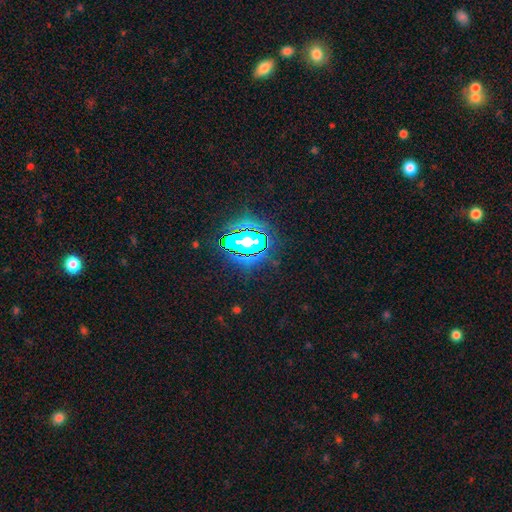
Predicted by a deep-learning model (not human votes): This is clearly a star or artifact rather than a galaxy (83%).